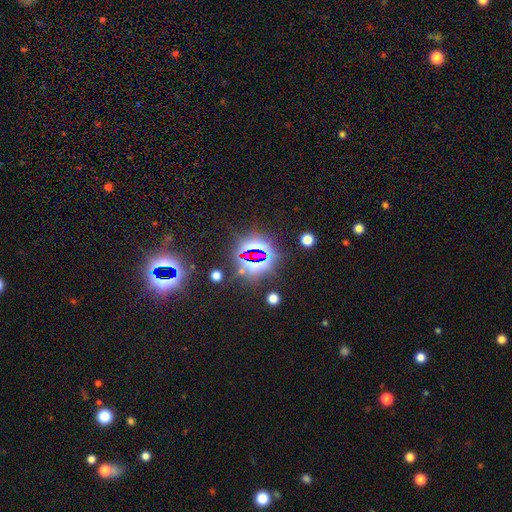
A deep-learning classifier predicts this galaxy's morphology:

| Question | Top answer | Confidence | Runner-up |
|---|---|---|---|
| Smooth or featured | star or artifact | 76% | smooth (15%) |